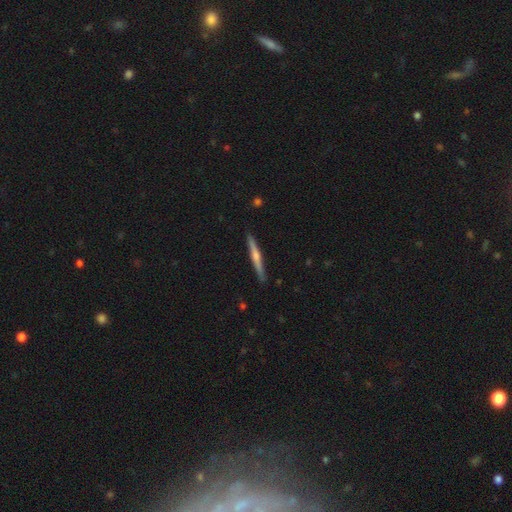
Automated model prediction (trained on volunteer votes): This appears to be a featured or disk galaxy (61%) viewed edge-on (98%) with a rounded central bulge (74%). Merging: none (90%).